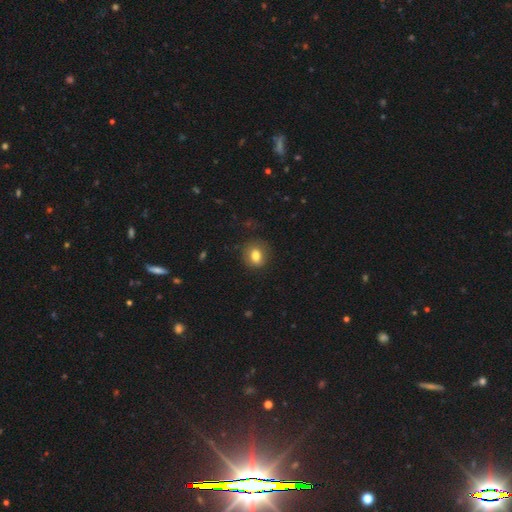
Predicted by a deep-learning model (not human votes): smooth 76%, featured or disk 14%, star or artifact 9%. Down the decision tree: how rounded — round (58%); merging — none (79%).